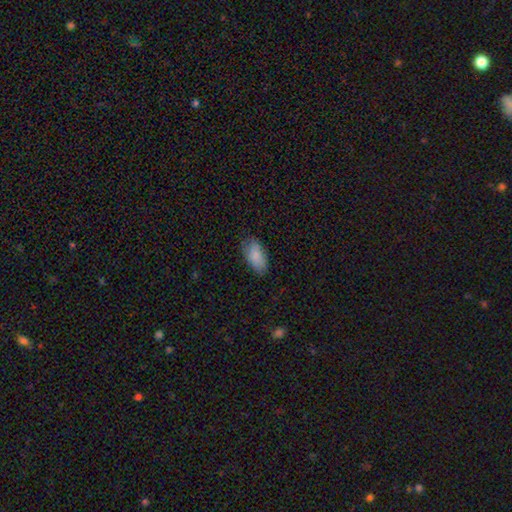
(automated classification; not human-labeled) A smooth galaxy with no disk features (87%) that is in between round and cigar-shaped (93%). Merging: none (77%).